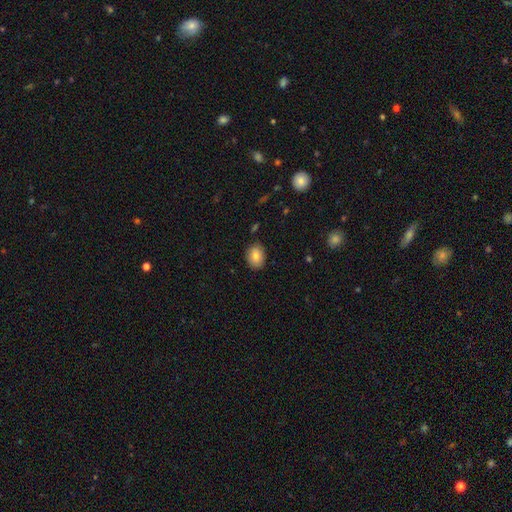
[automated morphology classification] This is clearly a smooth galaxy (80%). How rounded: likely in between (70%). Merging: clearly none (85%).